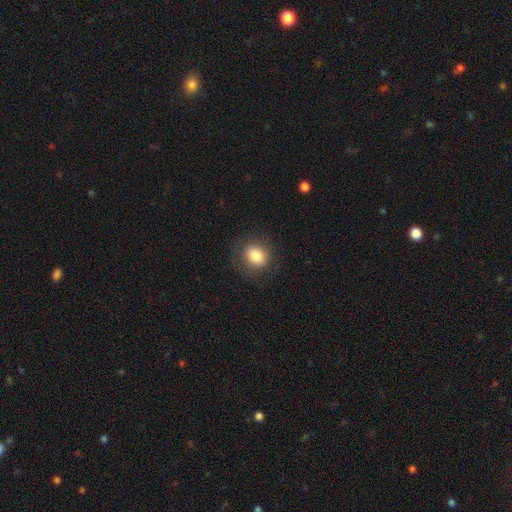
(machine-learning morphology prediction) The model was most divided on "how rounded": round: 69%, in between: 30%, cigar-shaped: 1%. More confident: smooth or featured — smooth (85%); merging — none (83%).